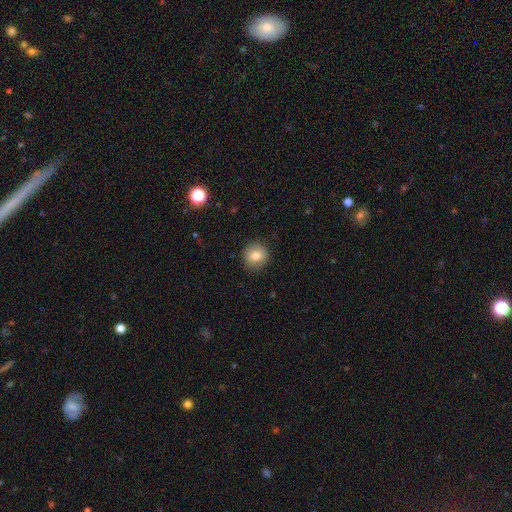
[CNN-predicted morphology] A smooth galaxy with no disk features (81%) that is round (86%).

Vote fractions:
- Smooth or featured? smooth: 81% / featured or disk: 10% / star or artifact: 9%
- How rounded? round: 86% / in between: 13% / cigar-shaped: 1%
- Merging? none: 89% / minor disturbance: 8% / major disturbance: 2% / merger: 1%